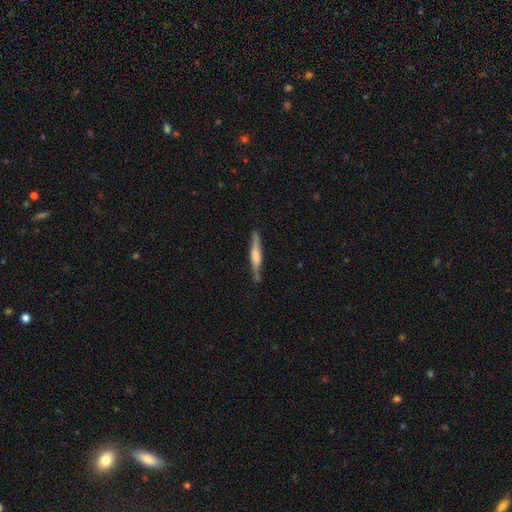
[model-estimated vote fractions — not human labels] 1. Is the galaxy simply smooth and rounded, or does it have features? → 54% featured or disk, 40% smooth, 5% star or artifact.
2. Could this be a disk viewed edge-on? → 92% yes, 8% no.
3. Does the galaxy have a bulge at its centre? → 45% boxy, 38% rounded, 17% none.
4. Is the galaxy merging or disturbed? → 77% none, 17% minor disturbance, 3% major disturbance, 3% merger.